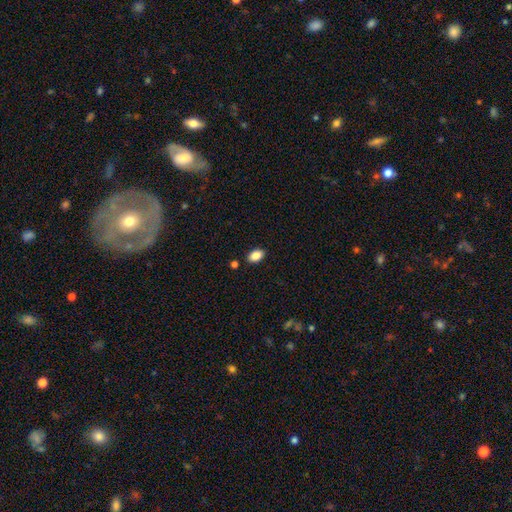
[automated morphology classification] Smooth or featured? smooth (87%)
How rounded? in between (88%)
Merging? none (87%)